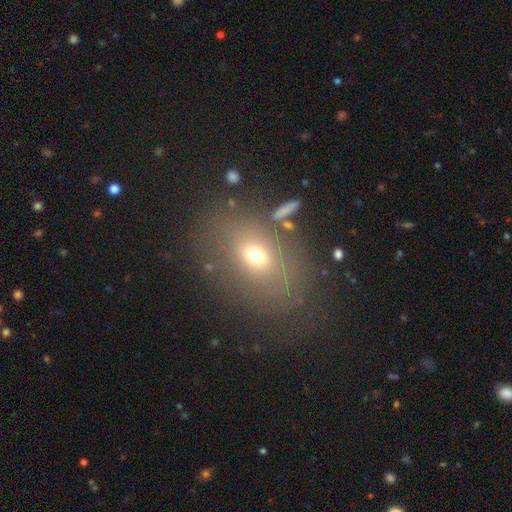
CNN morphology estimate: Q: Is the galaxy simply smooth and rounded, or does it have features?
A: smooth — 64%.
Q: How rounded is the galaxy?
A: in between — 64%.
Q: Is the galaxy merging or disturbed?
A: none — 71%.